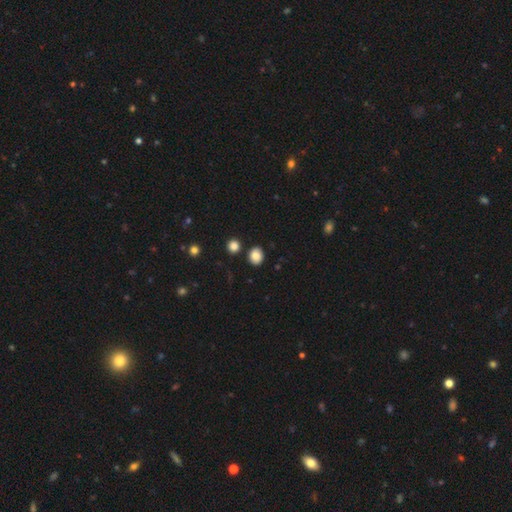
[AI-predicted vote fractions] The model was most divided on "how rounded": round: 66%, in between: 33%, cigar-shaped: 1%. More confident: merging — none (85%); smooth or featured — smooth (85%).